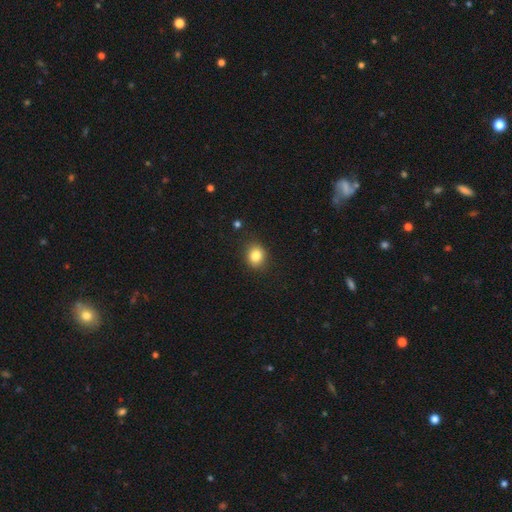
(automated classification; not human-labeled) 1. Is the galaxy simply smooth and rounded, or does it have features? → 84% smooth, 10% star or artifact, 6% featured or disk.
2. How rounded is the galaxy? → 67% round, 32% in between, 1% cigar-shaped.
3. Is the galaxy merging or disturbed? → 86% none, 10% minor disturbance, 3% major disturbance, 1% merger.